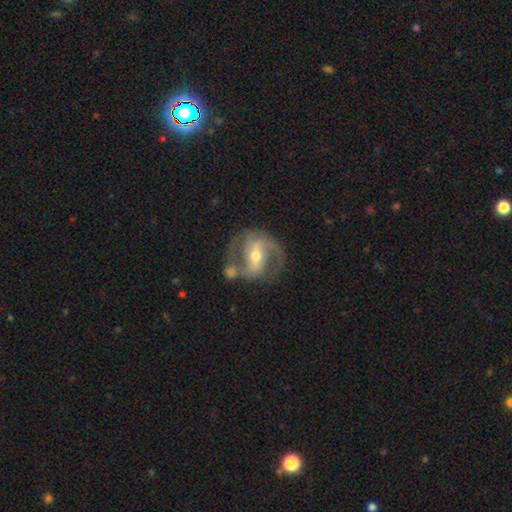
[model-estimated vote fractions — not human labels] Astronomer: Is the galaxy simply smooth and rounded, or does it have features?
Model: featured or disk — 83%.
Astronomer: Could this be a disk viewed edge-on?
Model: no — 96%.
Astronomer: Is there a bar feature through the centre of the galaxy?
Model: strong — 49% (runner-up: weak, 35%).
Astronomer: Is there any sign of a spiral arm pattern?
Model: yes — 89%.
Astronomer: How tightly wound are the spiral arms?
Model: medium — 53%.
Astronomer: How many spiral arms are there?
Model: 2 — 86%.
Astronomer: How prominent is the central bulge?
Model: moderate — 64%.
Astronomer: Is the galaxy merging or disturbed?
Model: none — 57%.